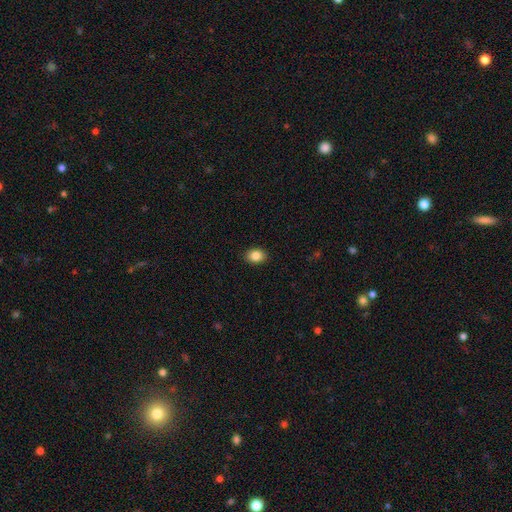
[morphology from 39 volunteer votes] Smooth or featured: smooth — 82% (star or artifact — 10%)
How rounded: in between — 78% (round — 22%)
Merging: none — 94% (minor disturbance — 3%)